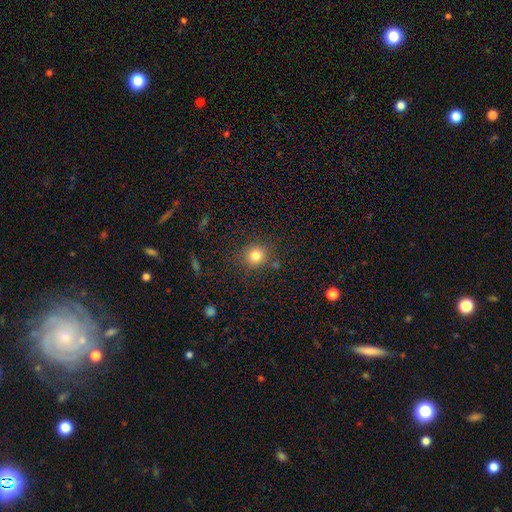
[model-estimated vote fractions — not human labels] Smooth or featured: smooth — 81% (star or artifact — 13%)
How rounded: round — 84% (in between — 15%)
Merging: none — 81% (minor disturbance — 11%)